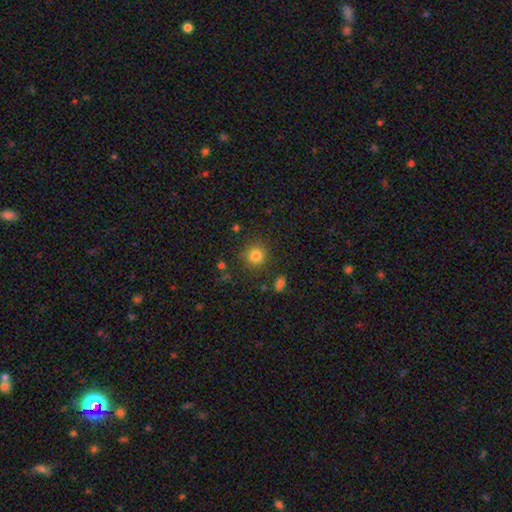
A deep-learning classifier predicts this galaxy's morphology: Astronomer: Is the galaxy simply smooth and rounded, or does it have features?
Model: smooth — 82%.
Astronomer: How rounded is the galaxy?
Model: round — 89%.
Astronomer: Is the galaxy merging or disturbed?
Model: none — 84%.